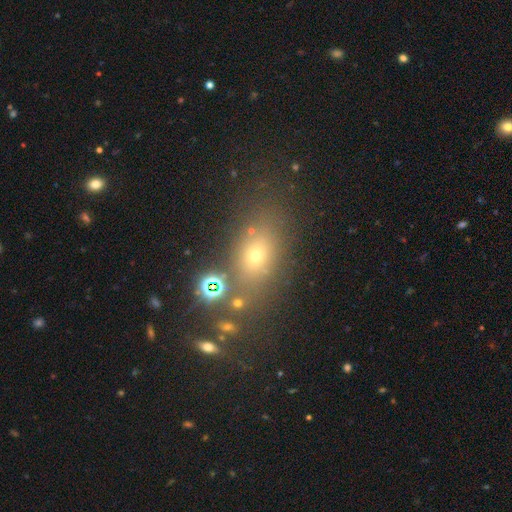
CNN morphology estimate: Smooth or featured: smooth — 63% (star or artifact — 23%)
How rounded: in between — 70% (round — 24%)
Merging: none — 73% (minor disturbance — 13%)